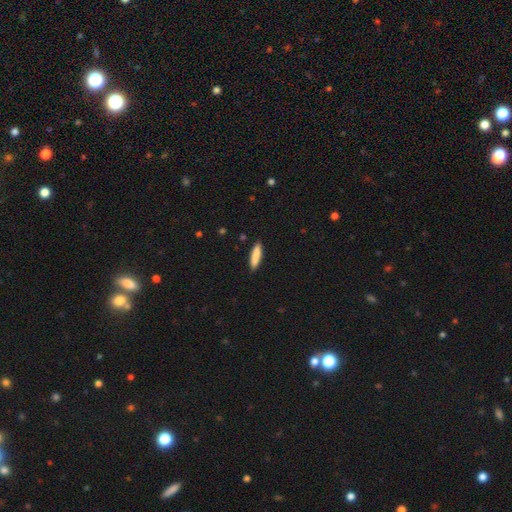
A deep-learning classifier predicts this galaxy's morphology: smooth-or-featured: smooth: 86% | featured or disk: 8% | star or artifact: 6%
  how-rounded: cigar-shaped: 81% | in between: 18% | round: 1%
  merging: none: 90% | minor disturbance: 7% | major disturbance: 2% | merger: 1%